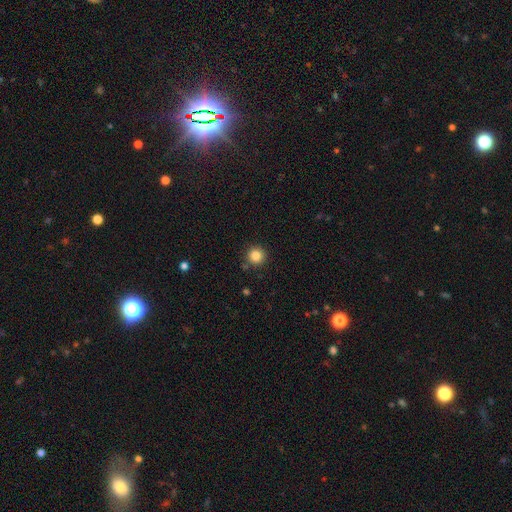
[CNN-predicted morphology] type=smooth (84%); roundness=round (95%); merging=none (88%).